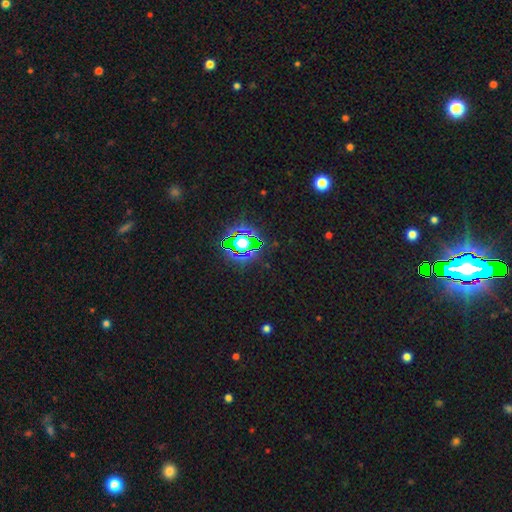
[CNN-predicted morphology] This appears to be a star or artifact, not a galaxy (81%).